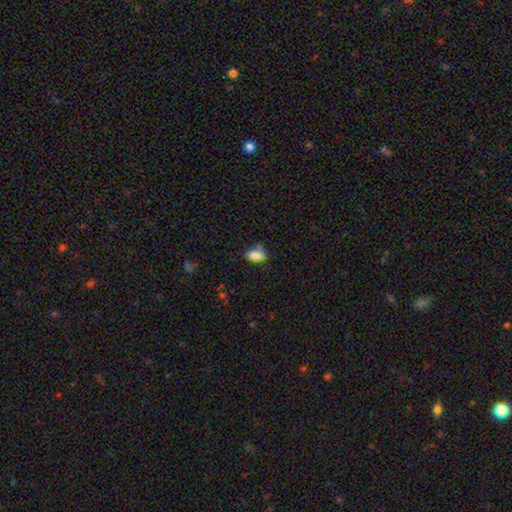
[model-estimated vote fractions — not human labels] smooth_or_featured: smooth (p=0.81) [alt: star or artifact p=0.10]
how_rounded: in between (p=0.88) [alt: round p=0.08]
merging: none (p=0.46) [alt: minor disturbance p=0.35]